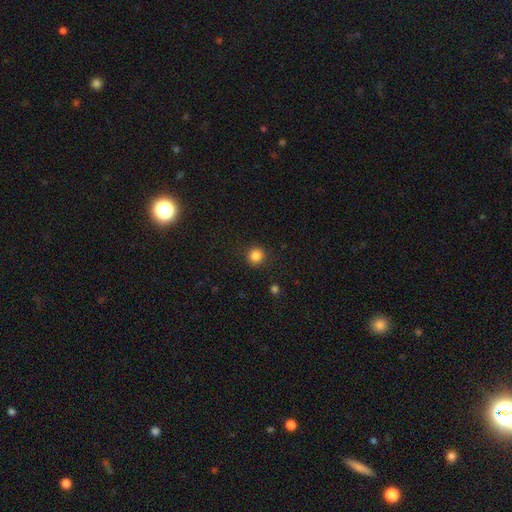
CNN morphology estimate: smooth 85%, star or artifact 12%, featured or disk 4%. Down the decision tree: how rounded — round (93%); merging — none (90%).